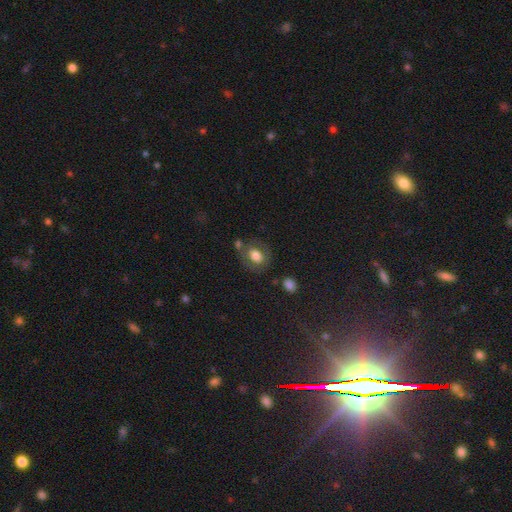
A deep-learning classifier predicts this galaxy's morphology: This appears to be a smooth galaxy with no disk features (71%) that is in between round and cigar-shaped (59%). Merging: none (65%).